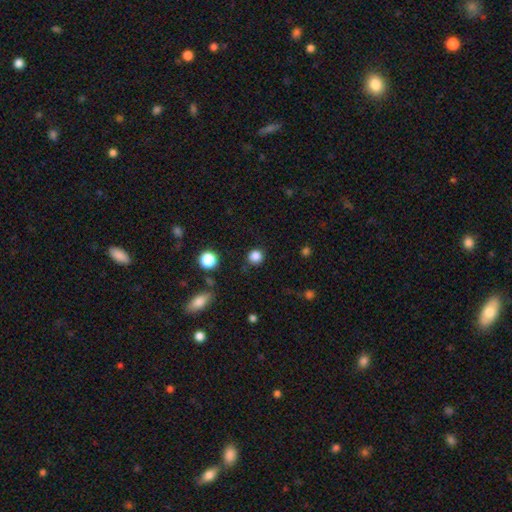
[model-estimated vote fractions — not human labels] The model was most divided on "smooth or featured": smooth: 84%, star or artifact: 12%, featured or disk: 3%. More confident: how rounded — round (91%); merging — none (88%).